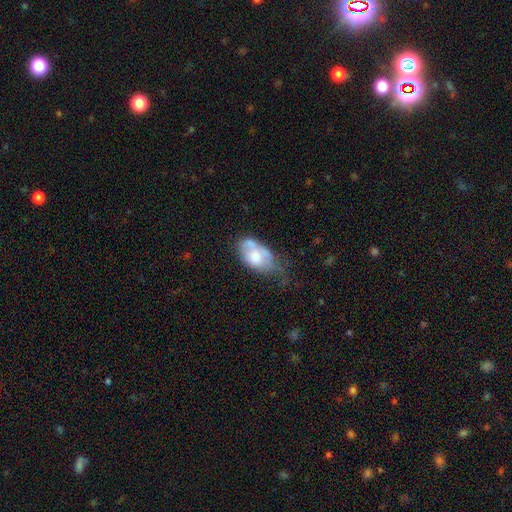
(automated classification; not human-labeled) A smooth galaxy with no disk features (59%) that is in between round and cigar-shaped (90%).

Vote fractions:
- Smooth or featured? smooth: 59% / featured or disk: 34% / star or artifact: 7%
- How rounded? in between: 90% / round: 8% / cigar-shaped: 2%
- Merging? minor disturbance: 36% / none: 27% / major disturbance: 22% / merger: 14%